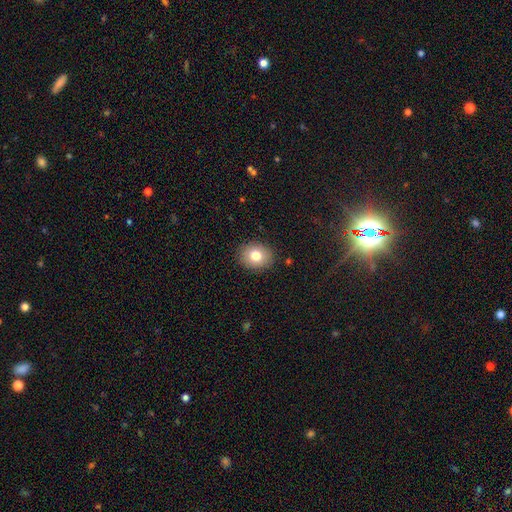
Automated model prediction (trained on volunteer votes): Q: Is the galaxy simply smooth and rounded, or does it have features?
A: smooth — 78%.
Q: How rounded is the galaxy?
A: round — 54%.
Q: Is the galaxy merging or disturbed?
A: none — 89%.